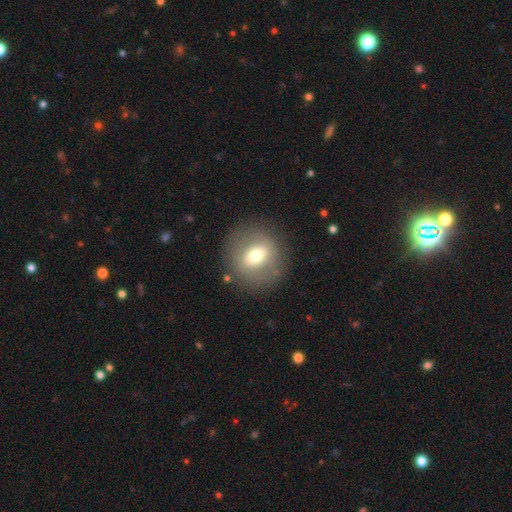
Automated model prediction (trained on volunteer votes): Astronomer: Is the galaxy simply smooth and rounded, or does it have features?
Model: smooth — 54% (runner-up: featured or disk, 37%).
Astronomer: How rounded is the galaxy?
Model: round — 82%.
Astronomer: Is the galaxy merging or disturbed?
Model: none — 82%.